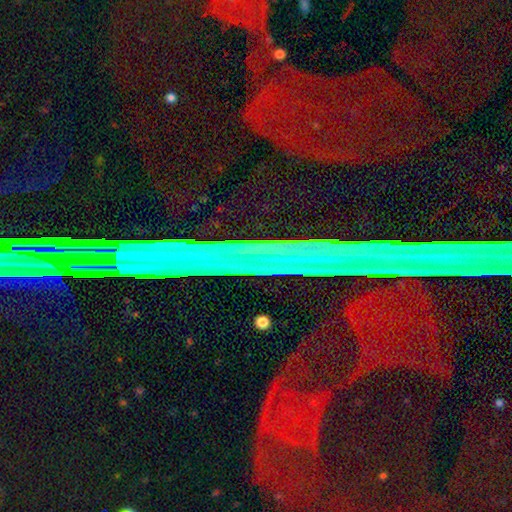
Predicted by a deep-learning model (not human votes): A star or artifact, not a galaxy (84%).